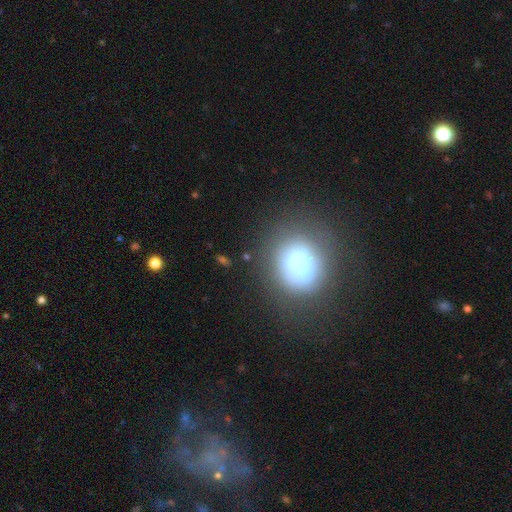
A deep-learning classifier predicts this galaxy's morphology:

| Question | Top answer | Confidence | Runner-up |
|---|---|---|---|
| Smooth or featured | smooth | 54% | star or artifact (23%) |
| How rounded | round | 72% | in between (26%) |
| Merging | none | 61% | minor disturbance (17%) |